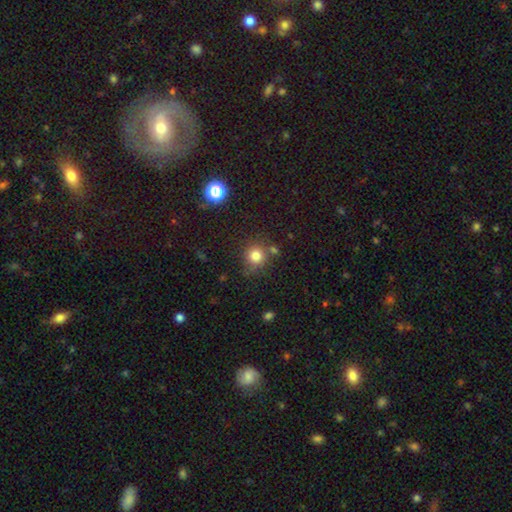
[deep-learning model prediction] smooth_or_featured: smooth (p=0.80) [alt: star or artifact p=0.14]
how_rounded: round (p=0.90) [alt: in between p=0.09]
merging: none (p=0.75) [alt: minor disturbance p=0.12]